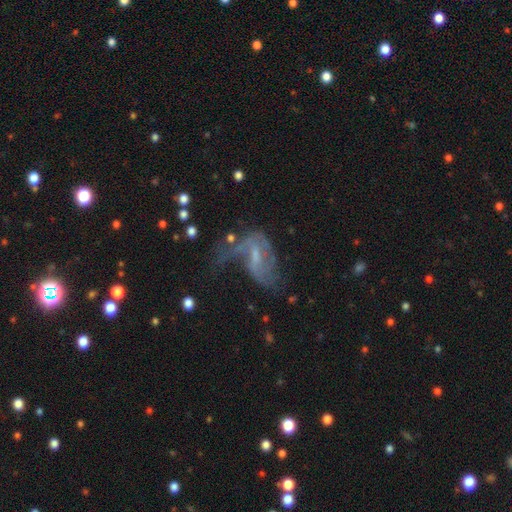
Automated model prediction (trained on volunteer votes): smooth-or-featured: featured or disk: 69% | smooth: 20% | star or artifact: 11%
  disk-edge-on: no: 95% | yes: 5%
    bar: weak: 50% | no: 33% | strong: 17%
    has-spiral-arms: yes: 75% | no: 25%
    bulge-size: small: 48% | moderate: 26% | none: 22% | large: 3% | dominant: 1%
  merging: major disturbance: 43% | none: 29% | minor disturbance: 19% | merger: 9%